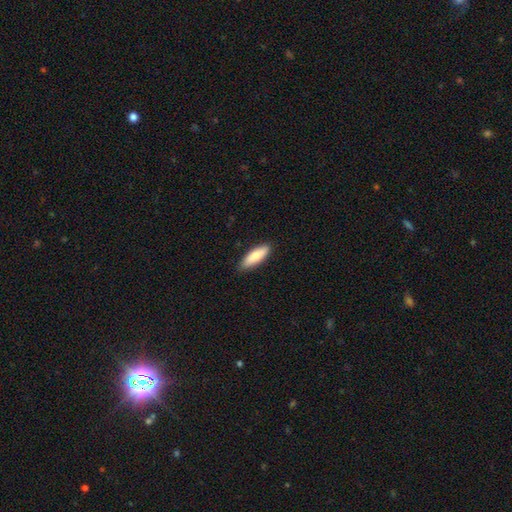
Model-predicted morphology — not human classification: Smooth or featured? Predicted: smooth (p=0.80). How rounded? Predicted: in between (p=0.50). Merging? Predicted: none (p=0.88).